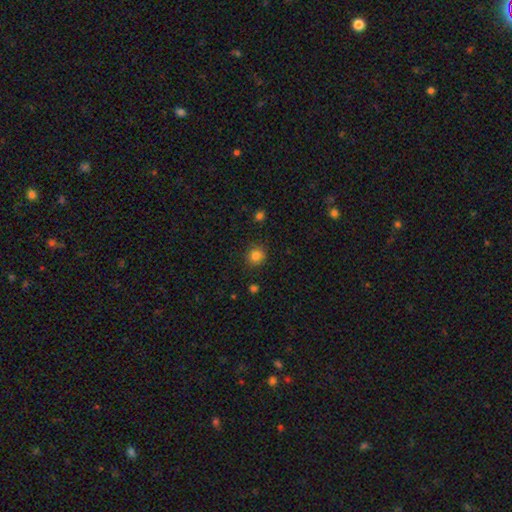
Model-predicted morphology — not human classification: The model was most divided on "smooth or featured": smooth: 83%, star or artifact: 12%, featured or disk: 5%. More confident: how rounded — round (89%); merging — none (85%).